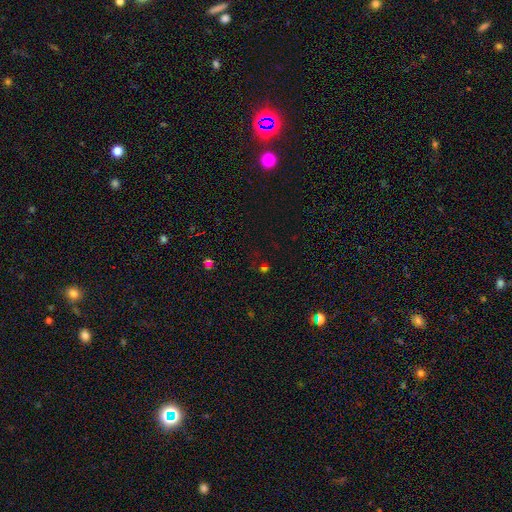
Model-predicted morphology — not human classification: Smooth or featured? star or artifact (52%)